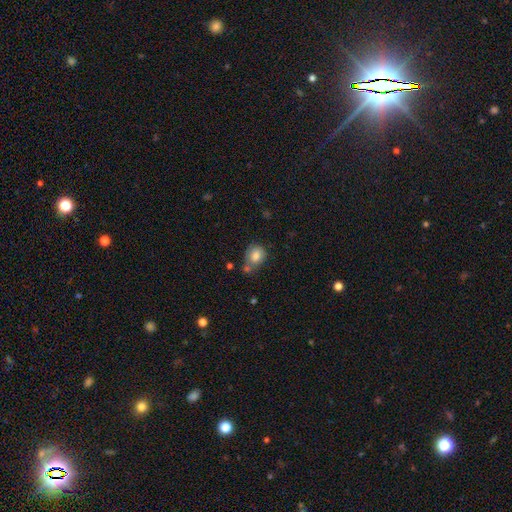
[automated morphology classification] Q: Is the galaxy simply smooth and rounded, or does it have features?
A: smooth — 81%.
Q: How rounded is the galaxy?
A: round — 60%.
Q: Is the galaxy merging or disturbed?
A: none — 47%.